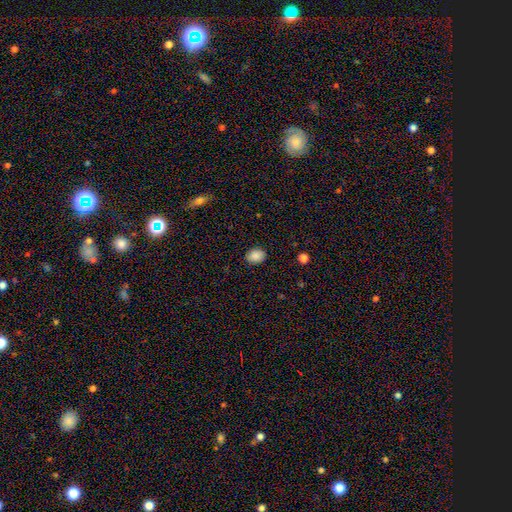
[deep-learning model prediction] This appears to be a smooth galaxy with no disk features (88%) that is in between round and cigar-shaped (60%). Merging: none (88%).